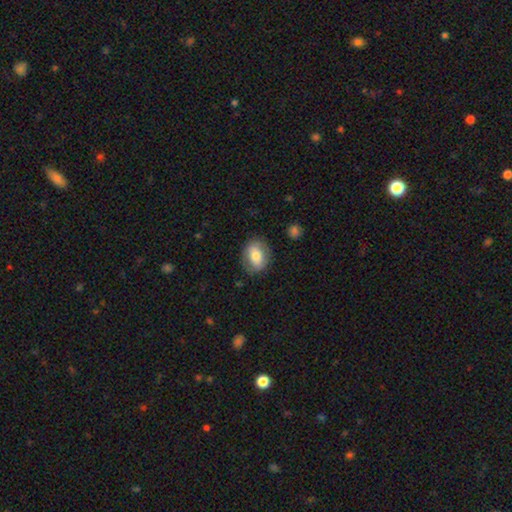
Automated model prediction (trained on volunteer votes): smooth 72%, featured or disk 21%, star or artifact 7%. Down the decision tree: how rounded — in between (69%); merging — none (80%).